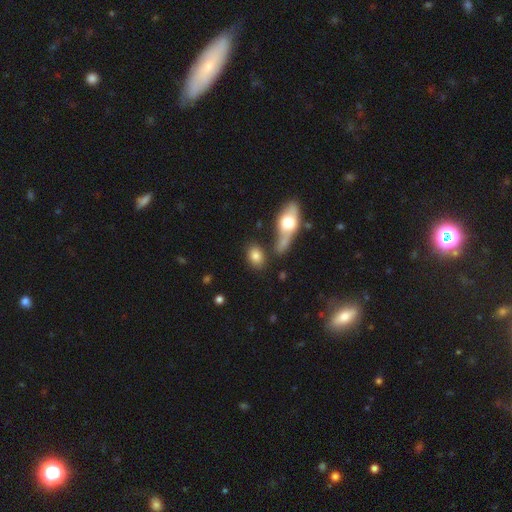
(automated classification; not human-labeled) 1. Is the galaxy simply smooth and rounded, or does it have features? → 78% smooth, 13% featured or disk, 9% star or artifact.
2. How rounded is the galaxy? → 70% in between, 27% round, 4% cigar-shaped.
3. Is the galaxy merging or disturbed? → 68% none, 14% merger, 13% minor disturbance, 5% major disturbance.